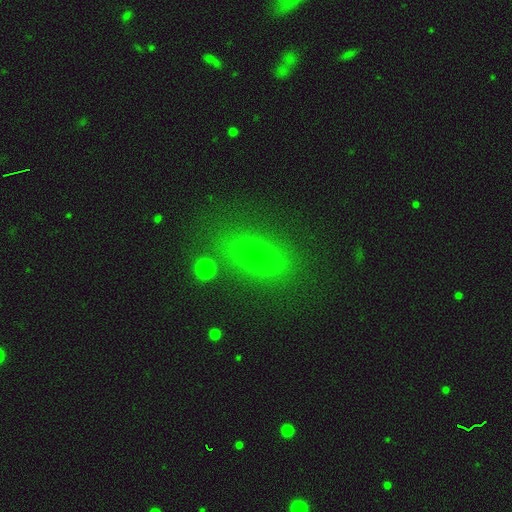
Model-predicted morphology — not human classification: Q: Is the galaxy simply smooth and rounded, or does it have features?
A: smooth — 61%.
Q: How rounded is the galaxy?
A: in between — 67%.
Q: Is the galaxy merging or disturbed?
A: none — 79%.